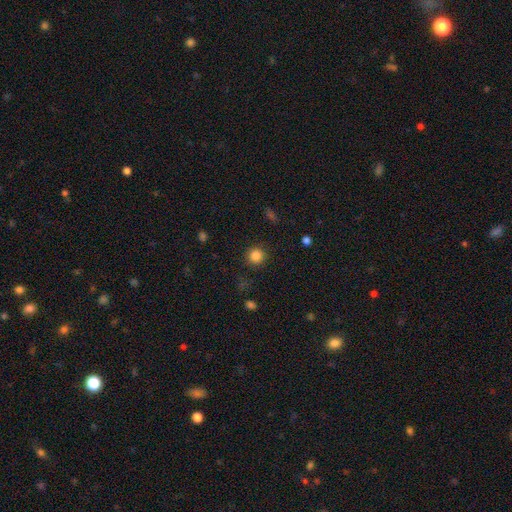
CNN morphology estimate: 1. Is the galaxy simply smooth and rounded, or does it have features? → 84% smooth, 12% star or artifact, 4% featured or disk.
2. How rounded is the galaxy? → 93% round, 6% in between, 1% cigar-shaped.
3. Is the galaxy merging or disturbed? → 88% none, 7% minor disturbance, 3% major disturbance, 1% merger.